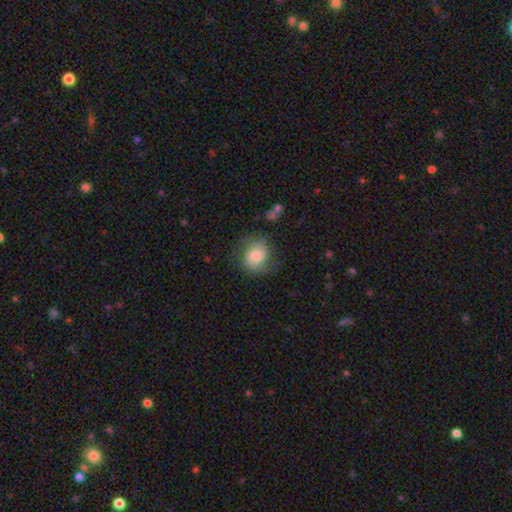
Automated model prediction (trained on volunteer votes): A smooth galaxy with no disk features (56%) that is round (67%).

Vote fractions:
- Smooth or featured? smooth: 56% / featured or disk: 36% / star or artifact: 8%
- How rounded? round: 67% / in between: 32% / cigar-shaped: 1%
- Merging? none: 65% / minor disturbance: 22% / major disturbance: 11% / merger: 2%